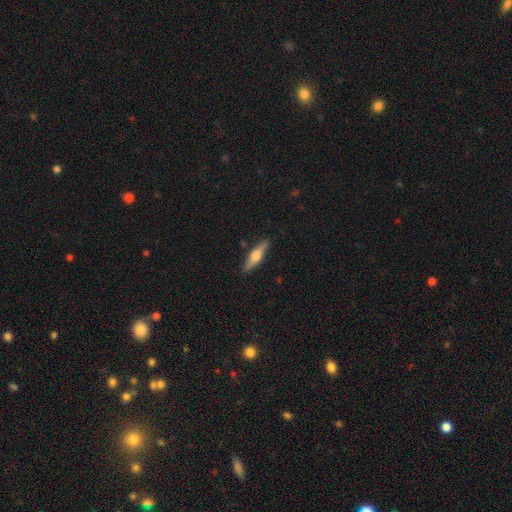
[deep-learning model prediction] Q: Smooth or featured?
A: featured or disk (52%); runner-up: smooth (42%)
Q: Edge-on disk?
A: yes (94%); runner-up: no (6%)
Q: Merging?
A: none (87%); runner-up: minor disturbance (9%)